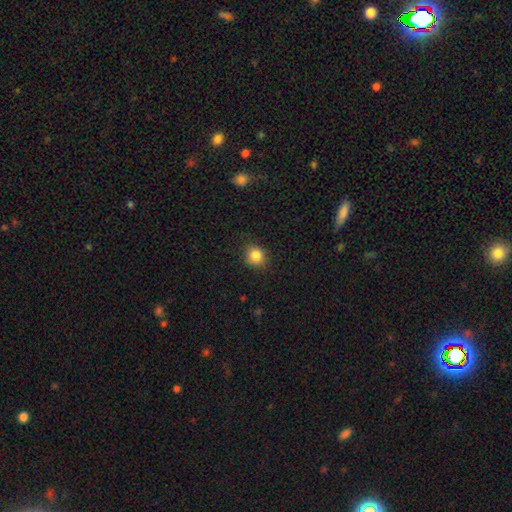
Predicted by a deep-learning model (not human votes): Smooth or featured? smooth (84%)
How rounded? round (81%)
Merging? none (85%)